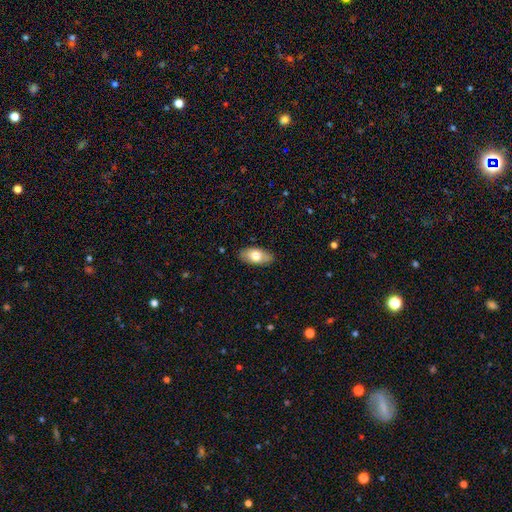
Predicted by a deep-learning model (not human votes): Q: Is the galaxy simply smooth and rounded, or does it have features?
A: smooth — 74%.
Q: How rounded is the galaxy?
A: in between — 92%.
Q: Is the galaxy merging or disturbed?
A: none — 86%.